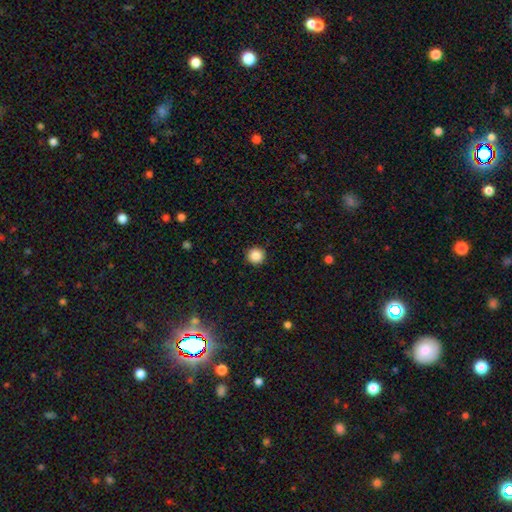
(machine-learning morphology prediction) Q: Smooth or featured?
A: smooth (87%); runner-up: star or artifact (10%)
Q: How rounded?
A: round (96%); runner-up: in between (3%)
Q: Merging?
A: none (93%); runner-up: minor disturbance (5%)